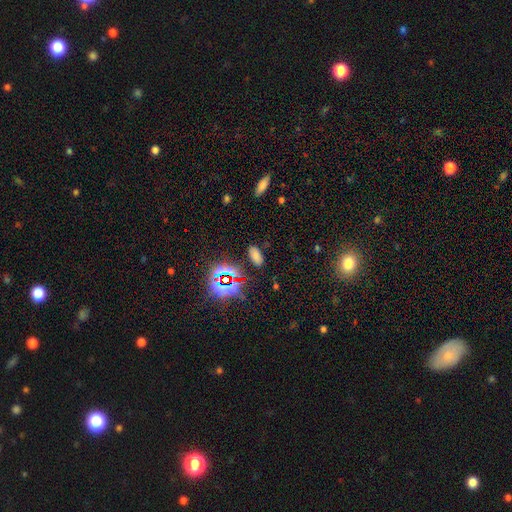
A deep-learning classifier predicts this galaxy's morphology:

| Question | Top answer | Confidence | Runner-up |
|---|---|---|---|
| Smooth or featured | smooth | 66% | star or artifact (28%) |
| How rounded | in between | 89% | cigar-shaped (6%) |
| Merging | none | 84% | minor disturbance (10%) |